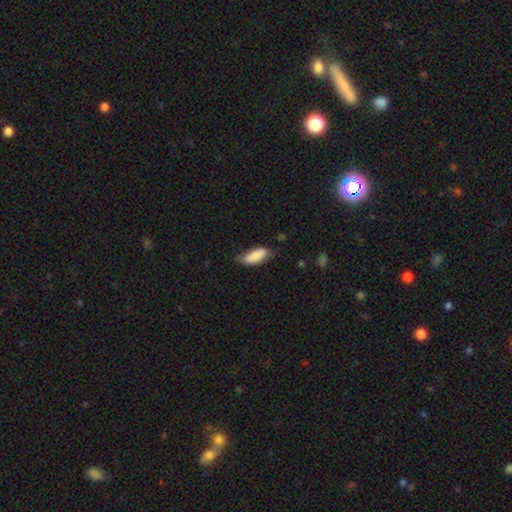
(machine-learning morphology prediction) A smooth galaxy with no disk features (82%) that is in between round and cigar-shaped (77%). Merging: none (51%).